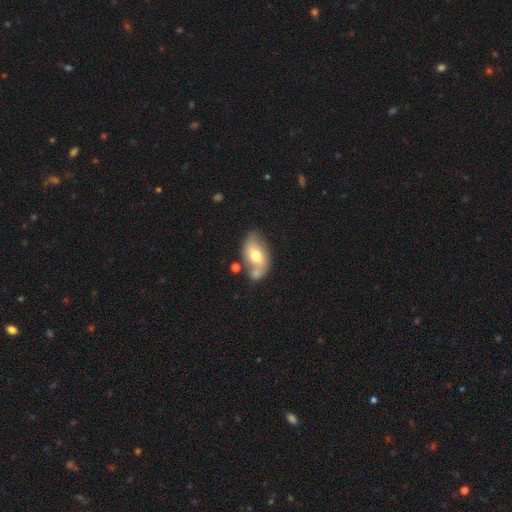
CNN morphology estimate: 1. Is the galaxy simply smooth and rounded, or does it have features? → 59% smooth, 34% featured or disk, 7% star or artifact.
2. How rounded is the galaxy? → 89% in between, 9% round, 2% cigar-shaped.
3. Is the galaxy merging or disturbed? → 51% none, 23% merger, 20% minor disturbance, 6% major disturbance.